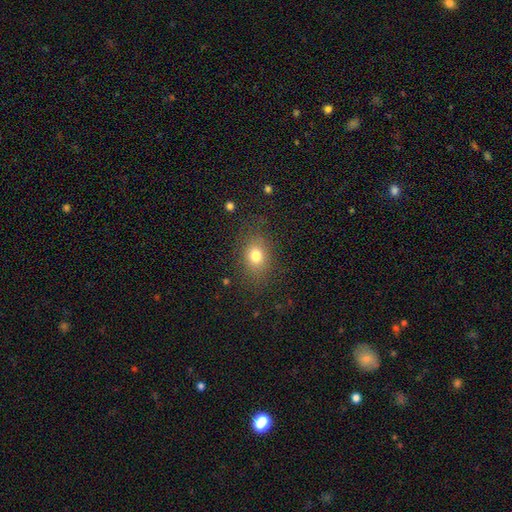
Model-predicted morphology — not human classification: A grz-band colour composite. It shows a smooth galaxy with no disk features (78%) that is in between round and cigar-shaped (60%). Merging: none (81%).